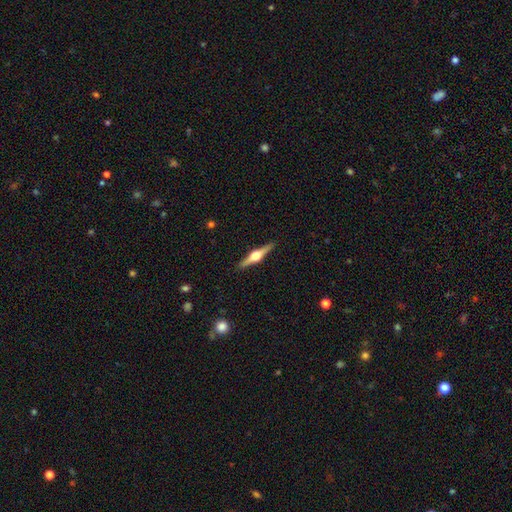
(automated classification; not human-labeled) Smooth or featured? featured or disk (80%)
Edge-on disk? yes (98%)
Edge-on bulge? rounded (95%)
Merging? none (91%)